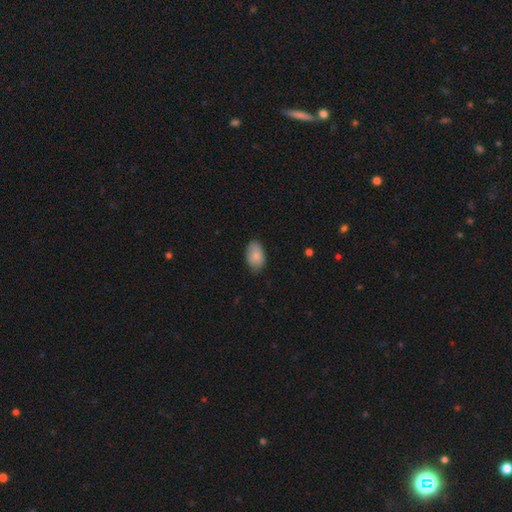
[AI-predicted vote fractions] This is clearly a smooth galaxy (86%). How rounded: clearly in between (92%). Merging: likely none (77%).